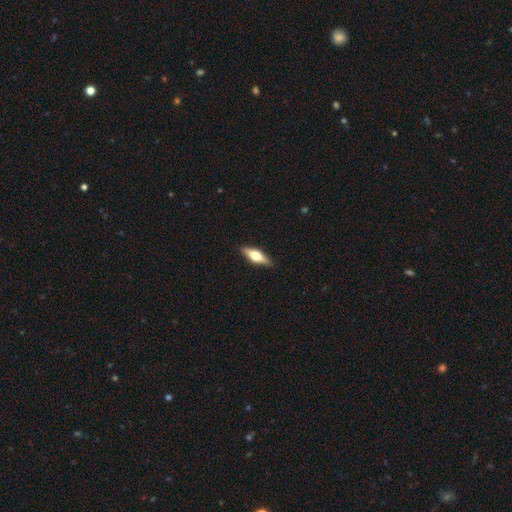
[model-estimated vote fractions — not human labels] featured or disk 51%, smooth 43%, star or artifact 6%. Down the decision tree: edge-on disk — yes (93%); merging — none (89%).